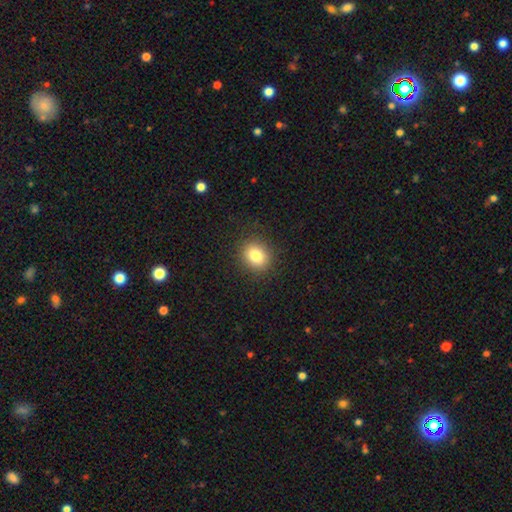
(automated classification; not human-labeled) A smooth galaxy with no disk features (81%) that is round (66%). Merging: none (89%).